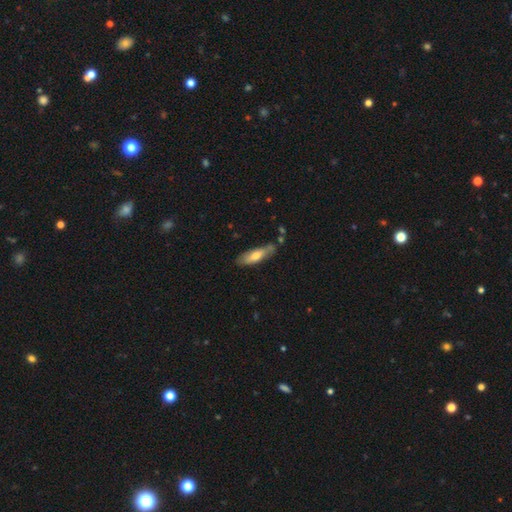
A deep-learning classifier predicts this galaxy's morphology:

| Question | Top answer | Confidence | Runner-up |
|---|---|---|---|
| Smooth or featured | smooth | 60% | featured or disk (35%) |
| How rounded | cigar-shaped | 56% | in between (43%) |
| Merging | none | 71% | minor disturbance (20%) |